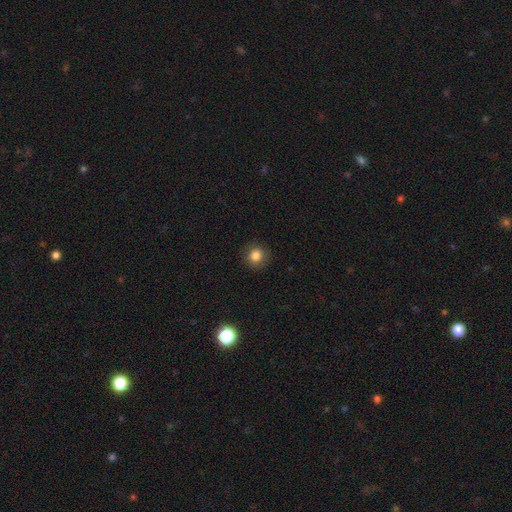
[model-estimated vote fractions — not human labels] This is clearly a smooth galaxy (83%). How rounded: clearly round (90%). Merging: clearly none (89%).